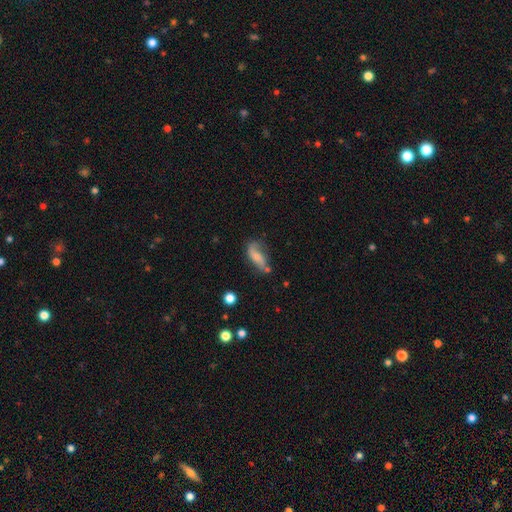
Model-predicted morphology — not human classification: type=smooth (52%); roundness=in between (70%); merging=none (45%).